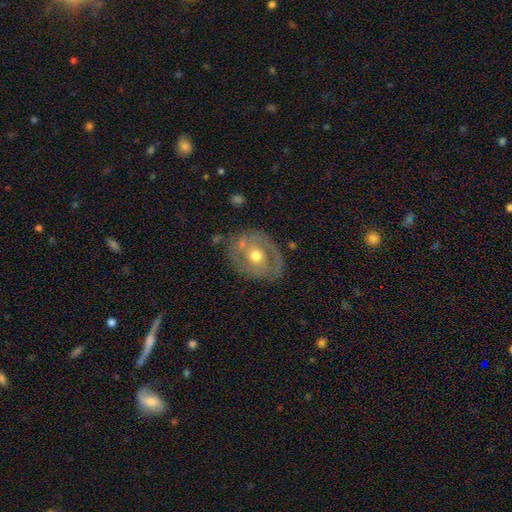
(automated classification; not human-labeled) featured or disk 72%, smooth 22%, star or artifact 6%. Down the decision tree: edge-on disk — no (96%); bar — no (72%); spiral arms — yes (69%); bulge size — moderate (77%); merging — none (75%).